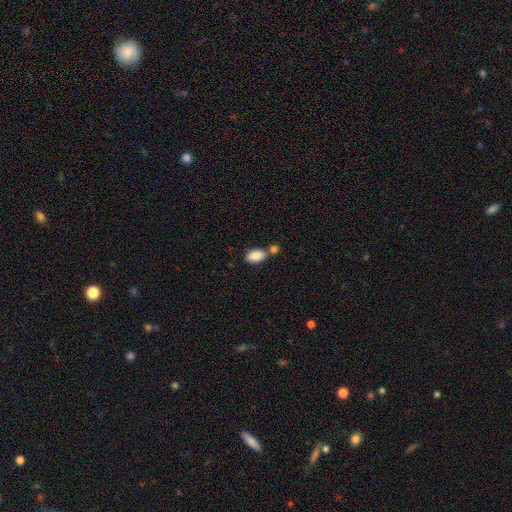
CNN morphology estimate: Q: Smooth or featured?
A: smooth (87%); runner-up: star or artifact (7%)
Q: How rounded?
A: in between (93%); runner-up: round (5%)
Q: Merging?
A: none (48%); runner-up: merger (37%)